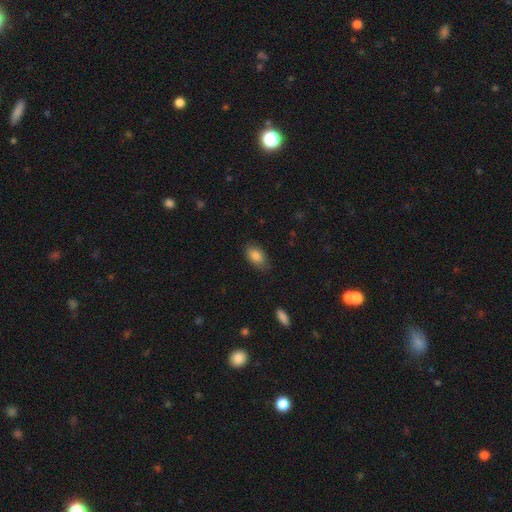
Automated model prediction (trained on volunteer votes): Smooth or featured: smooth — 84% (featured or disk — 9%)
How rounded: in between — 91% (round — 7%)
Merging: none — 75% (minor disturbance — 20%)